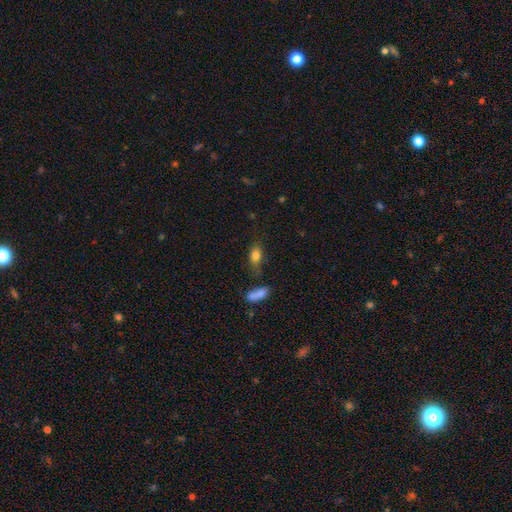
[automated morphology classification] smooth_or_featured: smooth (p=0.79) [alt: featured or disk p=0.11]
how_rounded: in between (p=0.81) [alt: round p=0.10]
merging: none (p=0.59) [alt: minor disturbance p=0.21]